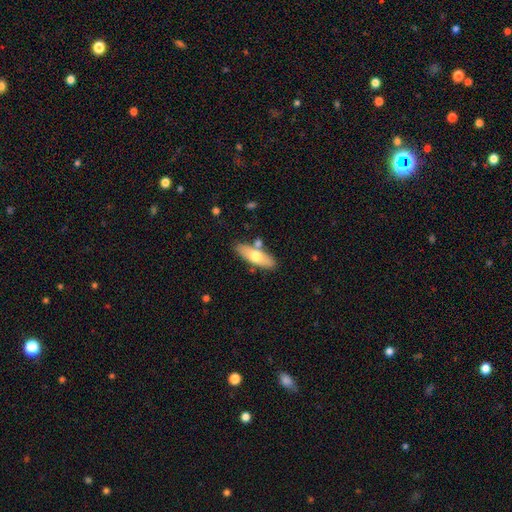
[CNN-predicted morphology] Overall: smooth (60%; featured or disk 35%). How rounded: in between (58%; cigar-shaped 40%). Merging: none (76%).